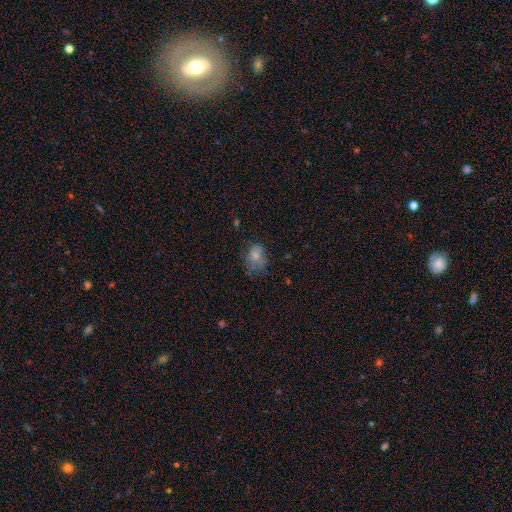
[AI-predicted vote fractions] The model was most divided on "merging": none: 49%, minor disturbance: 30%, major disturbance: 18%, merger: 3%. More confident: smooth or featured — smooth (72%); how rounded — in between (67%).